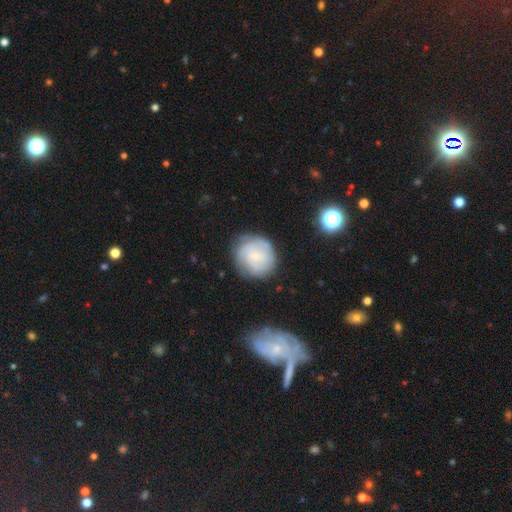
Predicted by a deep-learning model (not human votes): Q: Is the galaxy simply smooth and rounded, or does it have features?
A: featured or disk — 52%.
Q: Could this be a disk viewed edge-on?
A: no — 97%.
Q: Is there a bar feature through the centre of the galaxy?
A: no — 73%.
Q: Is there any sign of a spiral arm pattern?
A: yes — 82%.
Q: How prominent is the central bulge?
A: small — 77%.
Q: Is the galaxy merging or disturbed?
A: none — 70%.